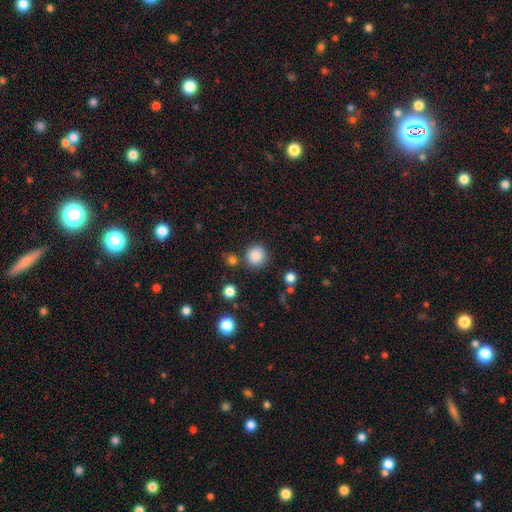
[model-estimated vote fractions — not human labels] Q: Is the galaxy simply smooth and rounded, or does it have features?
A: smooth — 86%.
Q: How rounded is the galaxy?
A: round — 93%.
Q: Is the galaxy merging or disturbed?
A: none — 84%.